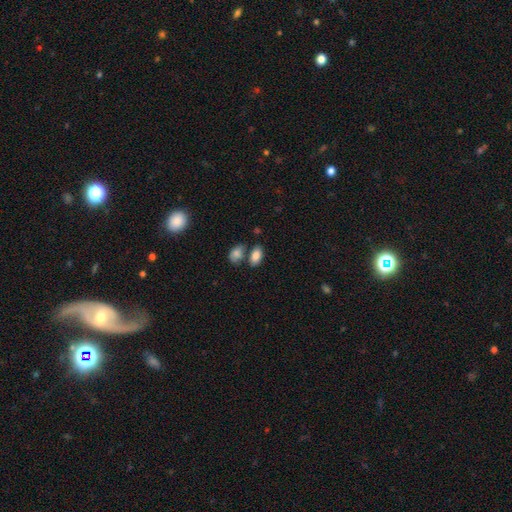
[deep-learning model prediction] A smooth galaxy with no disk features (84%) that is in between round and cigar-shaped (92%).

Vote fractions:
- Smooth or featured? smooth: 84% / star or artifact: 8% / featured or disk: 8%
- How rounded? in between: 92% / round: 6% / cigar-shaped: 2%
- Merging? none: 59% / merger: 24% / minor disturbance: 13% / major disturbance: 4%